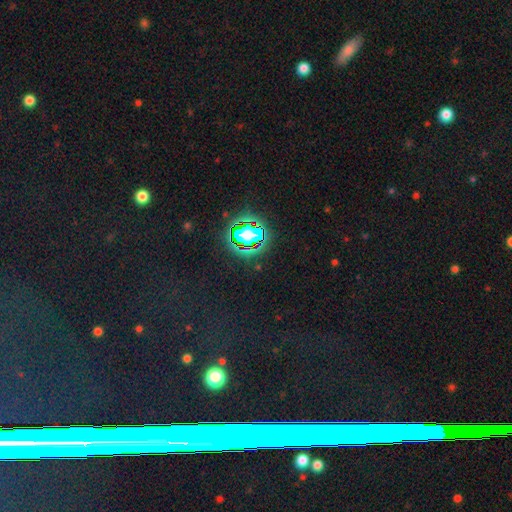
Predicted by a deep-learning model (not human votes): A star or artifact, not a galaxy (72%).

Vote fractions:
- Smooth or featured? star or artifact: 72% / smooth: 15% / featured or disk: 13%